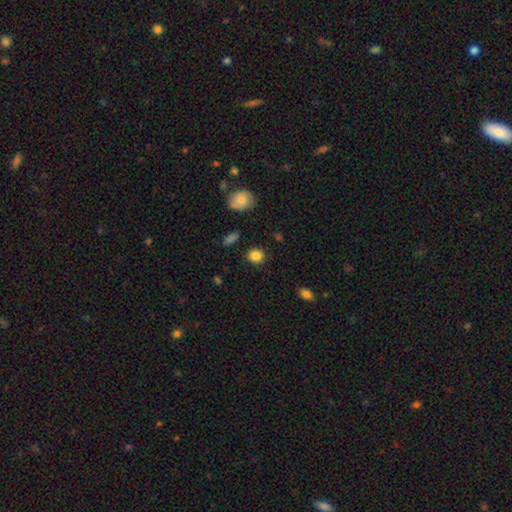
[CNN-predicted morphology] This is clearly a smooth galaxy (86%). How rounded: likely round (77%). Merging: clearly none (86%).